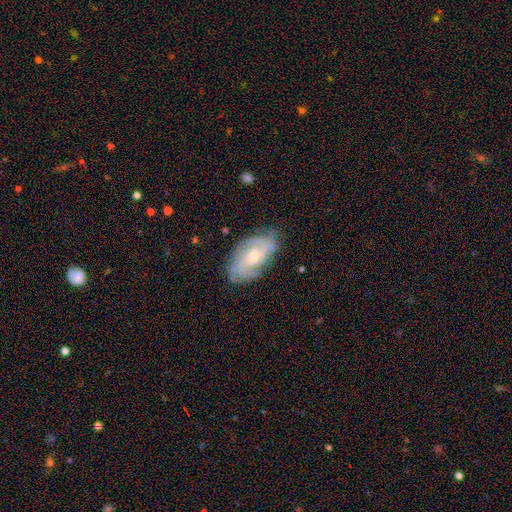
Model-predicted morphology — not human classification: type=featured or disk (73%); edge-on=no (94%); bar=no (62%); spiral arms=yes (93%); winding=tight (55%); arm count=can't tell (33%); bulge=moderate (55%); merging=none (79%).